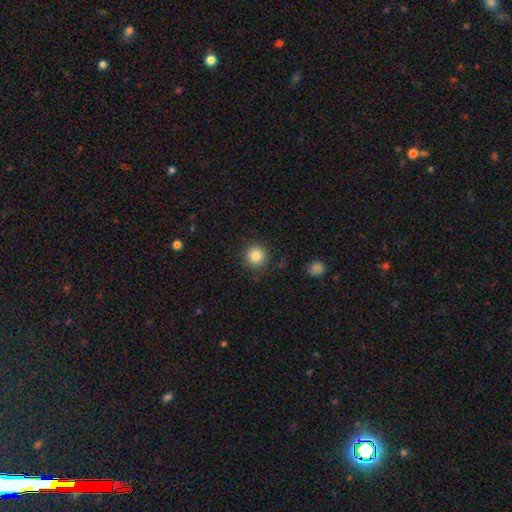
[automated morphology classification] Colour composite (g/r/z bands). It shows a smooth galaxy with no disk features (84%) that is round (95%). Merging: none (88%).